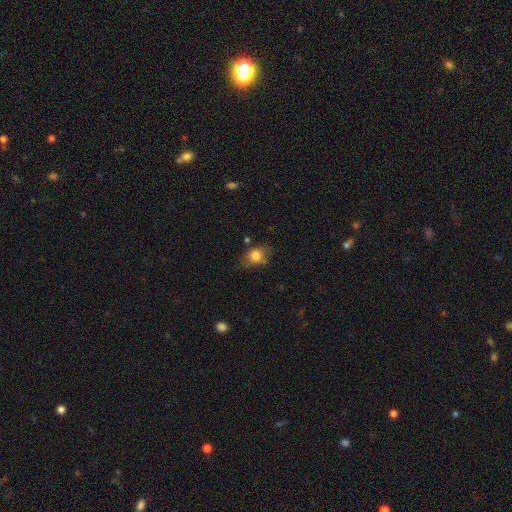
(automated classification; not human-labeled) Smooth or featured?
  - smooth: 74% *
  - featured or disk: 16%
  - star or artifact: 9%
How rounded?
  - in between: 57% *
  - round: 41%
  - cigar-shaped: 2%
Merging?
  - none: 61% *
  - minor disturbance: 25%
  - major disturbance: 10%
  - merger: 4%